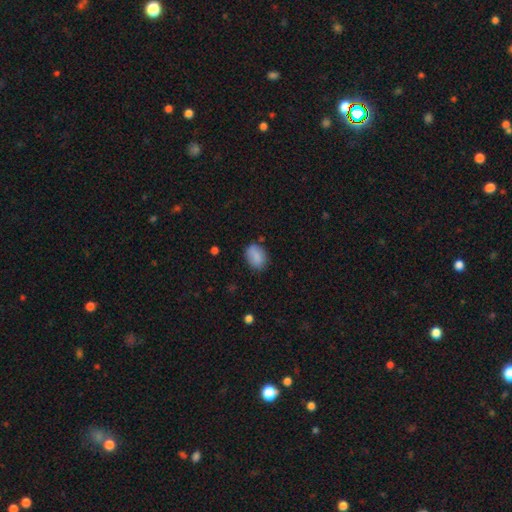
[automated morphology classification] type=smooth (84%); roundness=in between (77%); merging=none (75%).